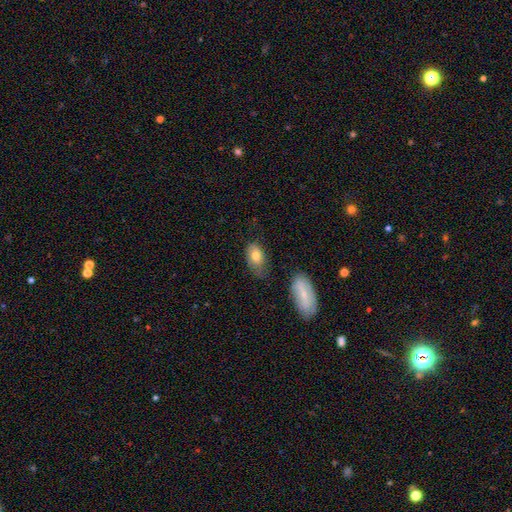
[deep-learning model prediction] Smooth or featured? Predicted: smooth (p=0.76). How rounded? Predicted: in between (p=0.90). Merging? Predicted: none (p=0.50).